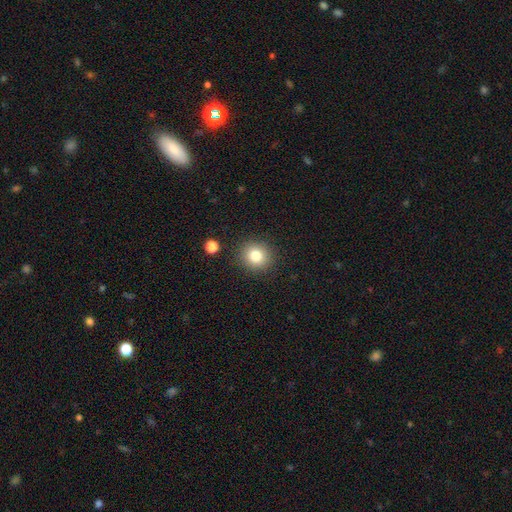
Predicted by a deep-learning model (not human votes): The model was most divided on "smooth or featured": smooth: 80%, star or artifact: 12%, featured or disk: 8%. More confident: merging — none (89%); how rounded — round (88%).